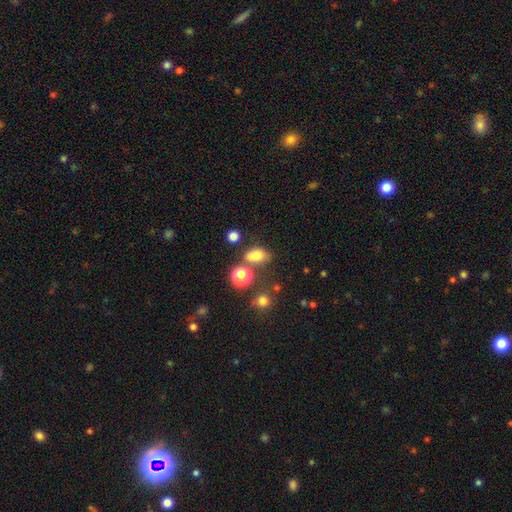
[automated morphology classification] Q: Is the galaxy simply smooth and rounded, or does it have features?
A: smooth — 76%.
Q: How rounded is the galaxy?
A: in between — 76%.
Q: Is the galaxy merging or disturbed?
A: none — 59%.